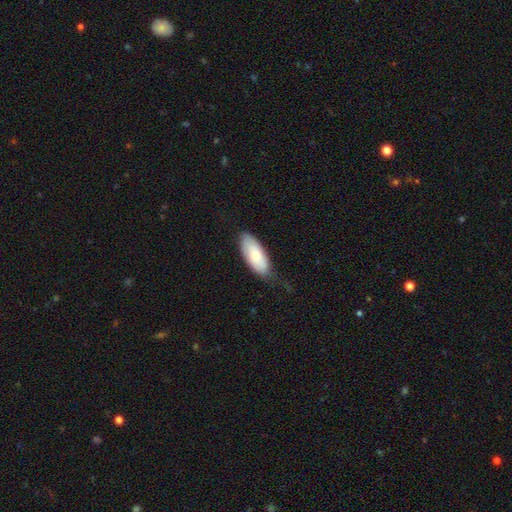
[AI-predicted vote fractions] This appears to be a smooth galaxy with no disk features (72%) that is in between round and cigar-shaped (86%). Merging: none (68%).